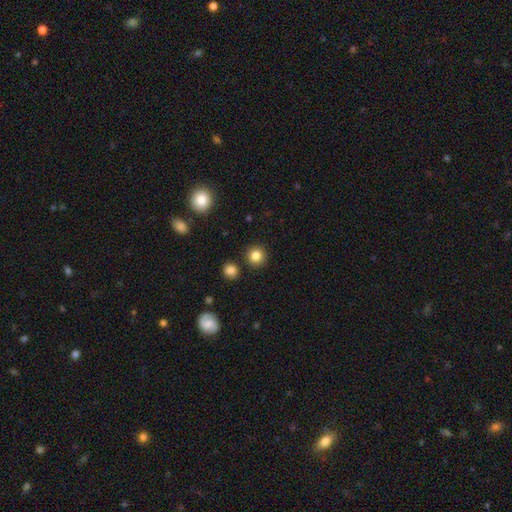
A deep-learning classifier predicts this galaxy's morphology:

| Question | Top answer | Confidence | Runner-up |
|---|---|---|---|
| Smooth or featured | smooth | 84% | star or artifact (11%) |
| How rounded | round | 93% | in between (6%) |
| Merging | none | 90% | minor disturbance (6%) |